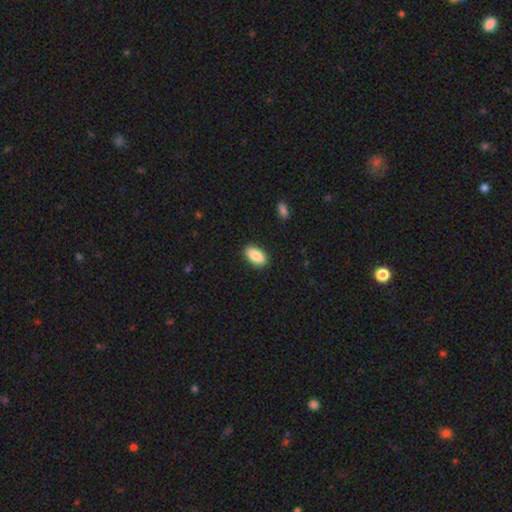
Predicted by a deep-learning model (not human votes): The model was most divided on "smooth or featured": smooth: 85%, featured or disk: 8%, star or artifact: 7%. More confident: how rounded — in between (92%); merging — none (89%).